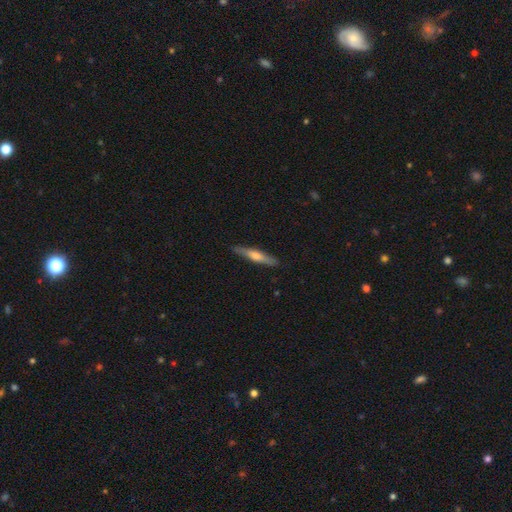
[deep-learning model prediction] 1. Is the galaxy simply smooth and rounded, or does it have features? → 51% featured or disk, 44% smooth, 6% star or artifact.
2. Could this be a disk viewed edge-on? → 93% yes, 7% no.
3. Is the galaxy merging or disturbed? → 88% none, 9% minor disturbance, 2% major disturbance, 1% merger.